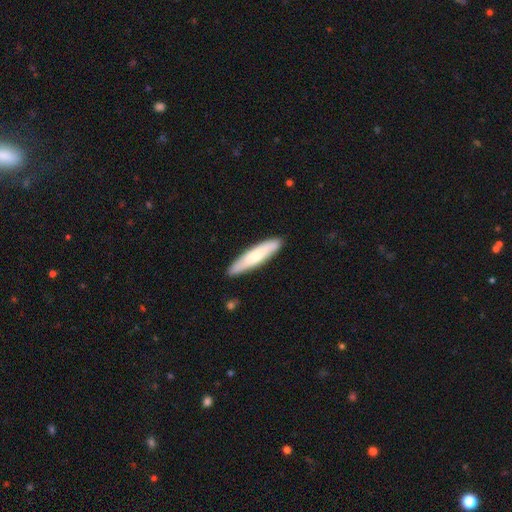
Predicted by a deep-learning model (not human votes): Smooth or featured? Predicted: smooth (p=0.69). How rounded? Predicted: cigar-shaped (p=0.85). Merging? Predicted: none (p=0.89).